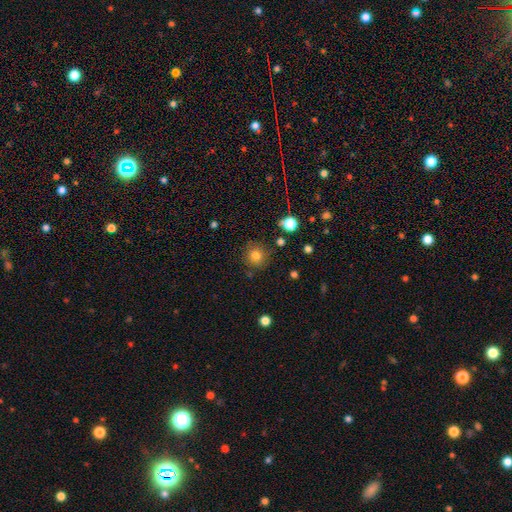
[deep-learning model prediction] smooth_or_featured: smooth (p=0.80) [alt: star or artifact p=0.13]
how_rounded: round (p=0.93) [alt: in between p=0.06]
merging: none (p=0.85) [alt: minor disturbance p=0.09]